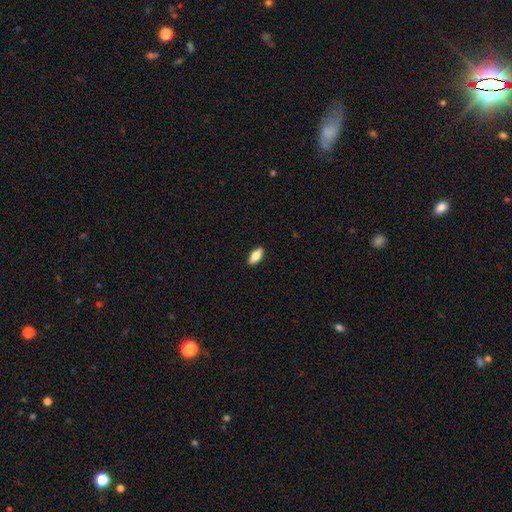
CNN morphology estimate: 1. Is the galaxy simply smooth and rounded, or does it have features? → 74% smooth, 20% featured or disk, 7% star or artifact.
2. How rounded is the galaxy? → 81% in between, 16% cigar-shaped, 3% round.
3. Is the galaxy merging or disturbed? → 90% none, 7% minor disturbance, 2% major disturbance, 1% merger.